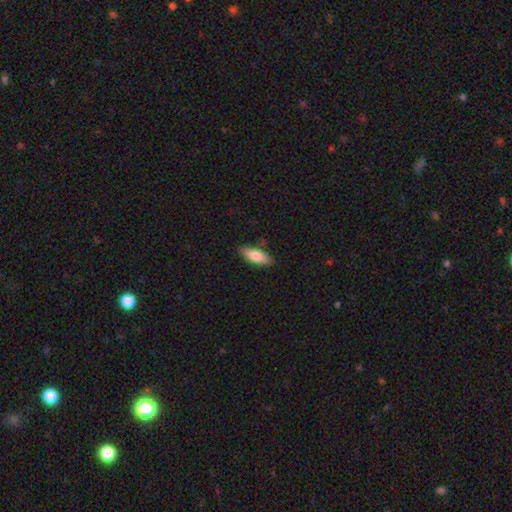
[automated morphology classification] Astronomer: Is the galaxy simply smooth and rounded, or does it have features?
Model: smooth — 75%.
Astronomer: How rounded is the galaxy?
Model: in between — 69%.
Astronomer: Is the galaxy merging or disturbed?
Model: none — 84%.